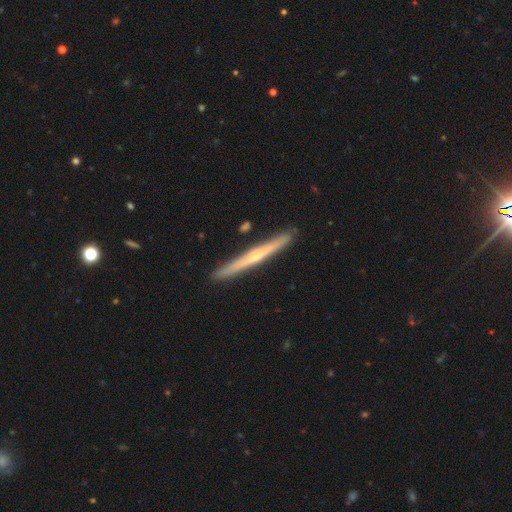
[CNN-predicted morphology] smooth_or_featured: featured or disk (p=0.61) [alt: smooth p=0.33]
disk_edge_on: yes (p=0.97) [alt: no p=0.03]
edge_on_bulge: rounded (p=0.52) [alt: none p=0.44]
merging: none (p=0.90) [alt: minor disturbance p=0.07]